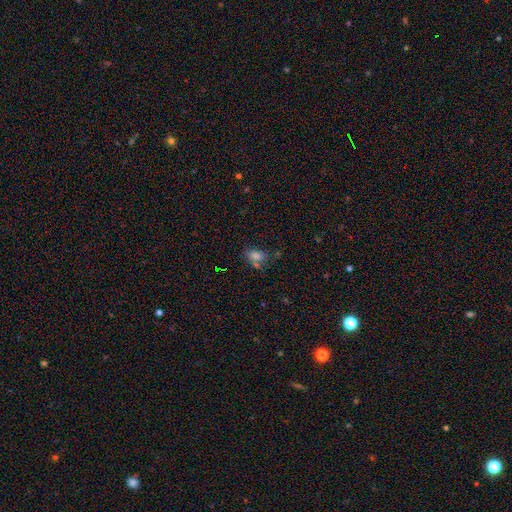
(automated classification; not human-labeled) A smooth galaxy with no disk features (71%) that is in between round and cigar-shaped (74%).

Vote fractions:
- Smooth or featured? smooth: 71% / star or artifact: 20% / featured or disk: 9%
- How rounded? in between: 74% / round: 23% / cigar-shaped: 2%
- Merging? none: 59% / minor disturbance: 18% / merger: 17% / major disturbance: 7%